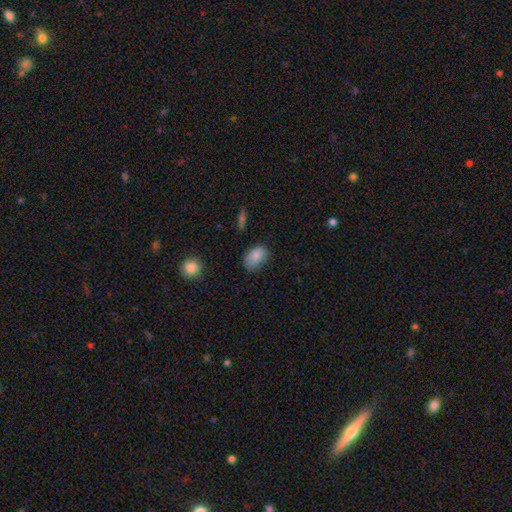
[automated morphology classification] smooth-or-featured: smooth: 85% | star or artifact: 8% | featured or disk: 7%
  how-rounded: in between: 84% | round: 15% | cigar-shaped: 1%
  merging: none: 65% | minor disturbance: 27% | major disturbance: 6% | merger: 2%